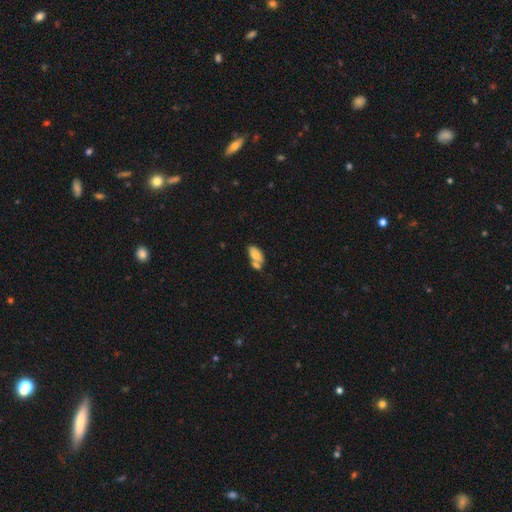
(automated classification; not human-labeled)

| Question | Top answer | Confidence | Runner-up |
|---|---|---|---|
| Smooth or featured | smooth | 67% | featured or disk (26%) |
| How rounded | in between | 92% | round (5%) |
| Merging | merger | 46% | none (34%) |